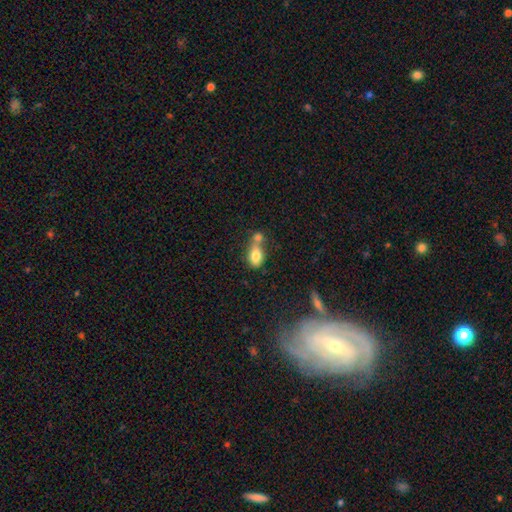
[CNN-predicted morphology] Overall: smooth (78%). How rounded: in between (79%). Merging: merger (54%; none 27%).